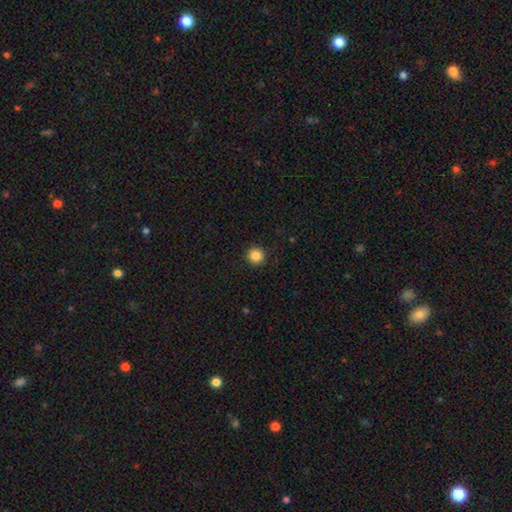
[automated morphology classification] This is clearly a smooth galaxy (86%). How rounded: clearly round (96%). Merging: clearly none (93%).